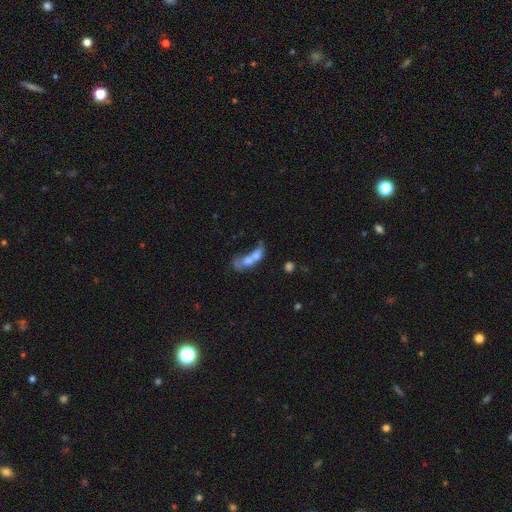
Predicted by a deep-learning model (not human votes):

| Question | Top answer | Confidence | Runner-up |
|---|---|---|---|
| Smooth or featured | smooth | 53% | featured or disk (35%) |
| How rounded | in between | 69% | round (16%) |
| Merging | merger | 68% | major disturbance (15%) |